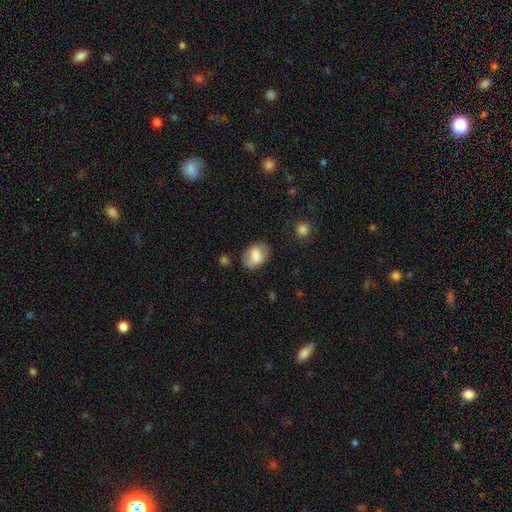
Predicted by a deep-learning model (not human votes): This appears to be a smooth galaxy with no disk features (74%) that is in between round and cigar-shaped (77%). Merging: none (71%).